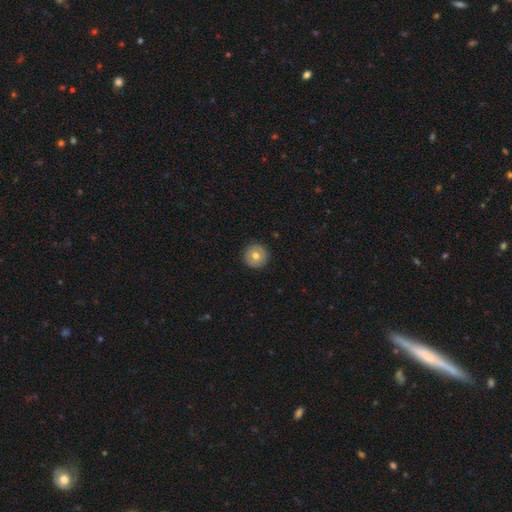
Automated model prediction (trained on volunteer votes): The model was most divided on "smooth or featured": smooth: 69%, featured or disk: 23%, star or artifact: 8%. More confident: how rounded — round (96%); merging — none (92%).